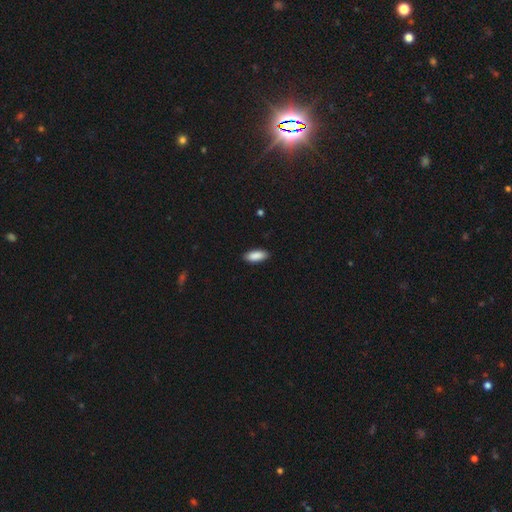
smooth_or_featured: smooth (p=0.95) [alt: featured or disk p=0.03]
how_rounded: in between (p=0.89) [alt: cigar-shaped p=0.11]
merging: none (p=0.92) [alt: minor disturbance p=0.05]